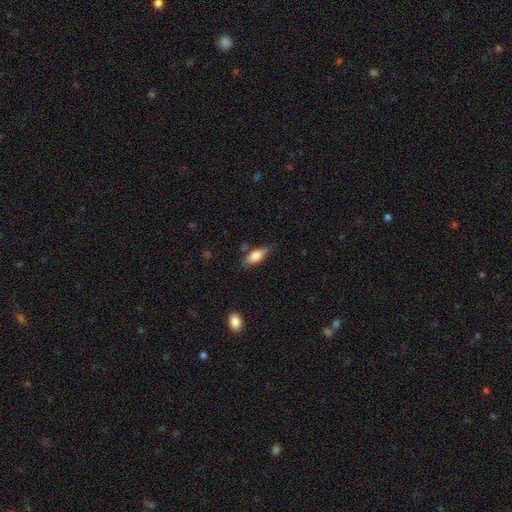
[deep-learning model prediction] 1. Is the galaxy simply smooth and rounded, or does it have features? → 76% smooth, 17% featured or disk, 7% star or artifact.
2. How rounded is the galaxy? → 73% in between, 24% cigar-shaped, 2% round.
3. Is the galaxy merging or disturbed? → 76% none, 16% minor disturbance, 4% merger, 3% major disturbance.